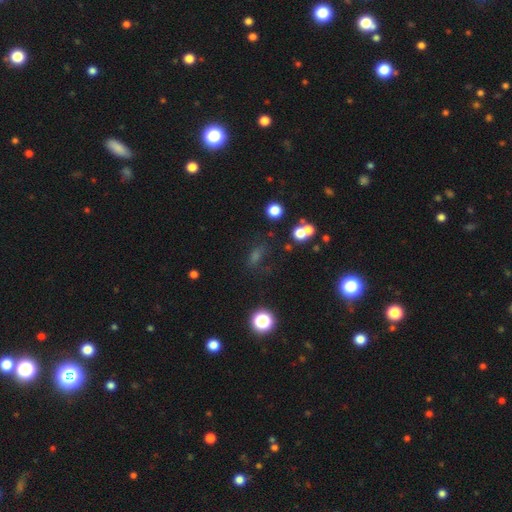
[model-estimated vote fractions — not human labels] Smooth or featured: smooth — 50% (star or artifact — 36%)
Merging: none — 66% (minor disturbance — 17%)